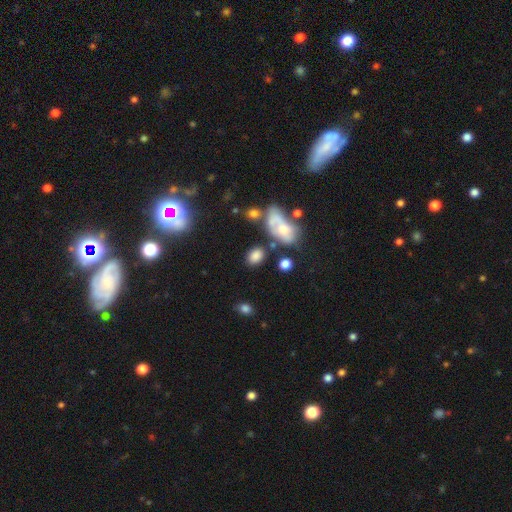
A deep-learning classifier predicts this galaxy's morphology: Q: Smooth or featured?
A: smooth (78%); runner-up: star or artifact (11%)
Q: How rounded?
A: in between (73%); runner-up: round (25%)
Q: Merging?
A: none (59%); runner-up: minor disturbance (18%)